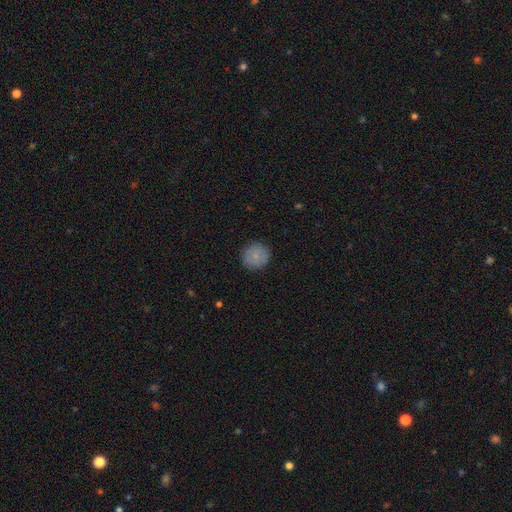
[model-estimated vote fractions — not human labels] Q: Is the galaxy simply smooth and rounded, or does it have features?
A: smooth — 79%.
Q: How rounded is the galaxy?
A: round — 91%.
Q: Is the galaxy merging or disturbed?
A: none — 88%.